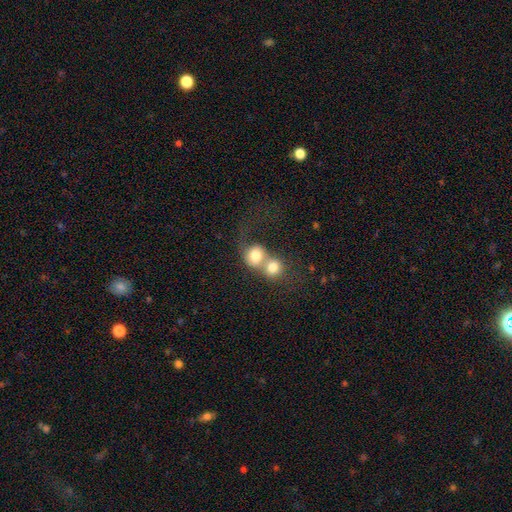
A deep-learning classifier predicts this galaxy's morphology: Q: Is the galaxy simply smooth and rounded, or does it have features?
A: smooth — 74%.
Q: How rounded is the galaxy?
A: round — 76%.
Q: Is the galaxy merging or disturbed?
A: merger — 73%.